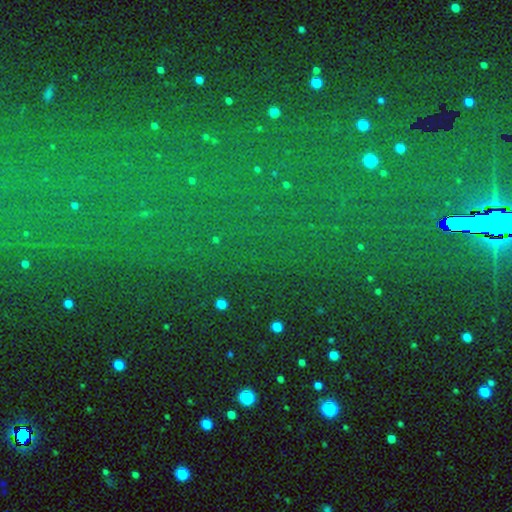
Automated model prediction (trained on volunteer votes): This appears to be a star or artifact, not a galaxy (83%).